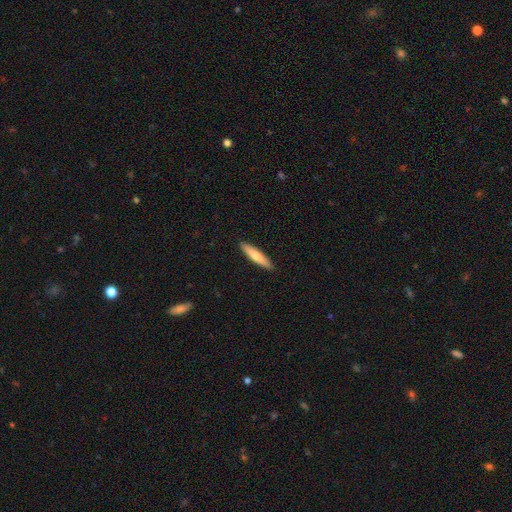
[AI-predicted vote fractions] smooth_or_featured: smooth (p=0.73) [alt: featured or disk p=0.22]
how_rounded: cigar-shaped (p=0.88) [alt: in between p=0.10]
merging: none (p=0.91) [alt: minor disturbance p=0.06]